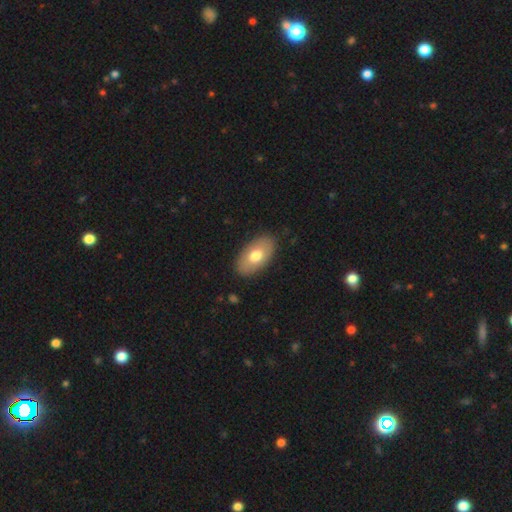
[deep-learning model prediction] smooth 70%, featured or disk 24%, star or artifact 6%. Down the decision tree: how rounded — in between (94%); merging — none (86%).